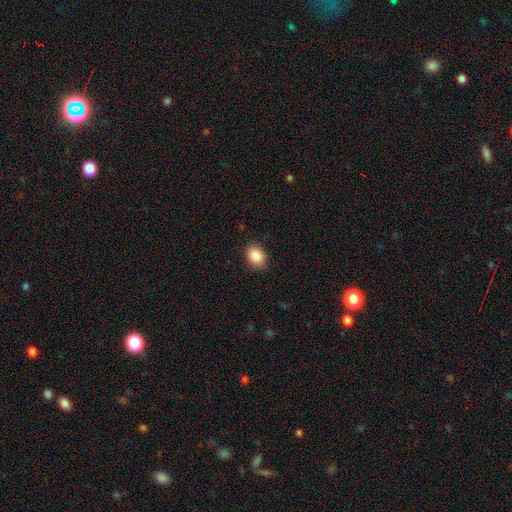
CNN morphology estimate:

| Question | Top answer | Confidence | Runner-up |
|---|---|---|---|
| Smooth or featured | smooth | 88% | star or artifact (8%) |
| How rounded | in between | 67% | round (32%) |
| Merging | none | 88% | minor disturbance (9%) |